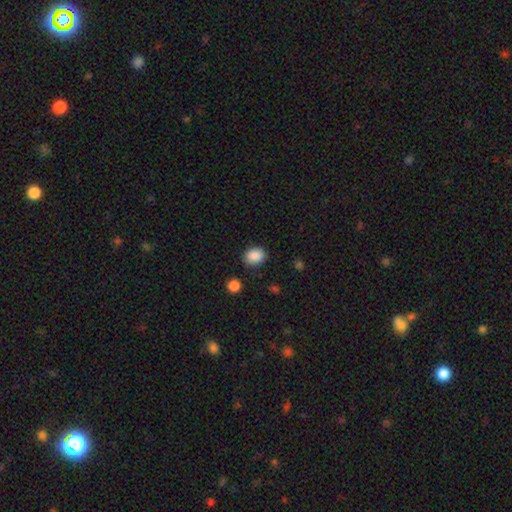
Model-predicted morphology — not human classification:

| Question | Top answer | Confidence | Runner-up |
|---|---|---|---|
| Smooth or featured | smooth | 89% | star or artifact (8%) |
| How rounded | in between | 54% | round (45%) |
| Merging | none | 87% | minor disturbance (9%) |